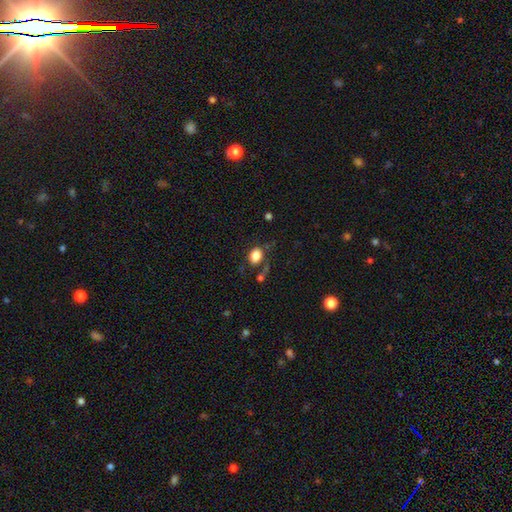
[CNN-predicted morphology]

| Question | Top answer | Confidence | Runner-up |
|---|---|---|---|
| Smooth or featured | smooth | 83% | star or artifact (10%) |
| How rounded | in between | 65% | round (34%) |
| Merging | none | 62% | minor disturbance (18%) |